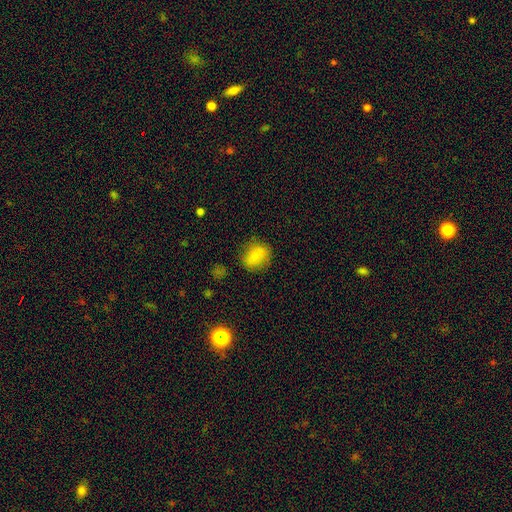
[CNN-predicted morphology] Smooth or featured: smooth — 73% (featured or disk — 16%)
How rounded: round — 60% (in between — 38%)
Merging: none — 73% (minor disturbance — 16%)